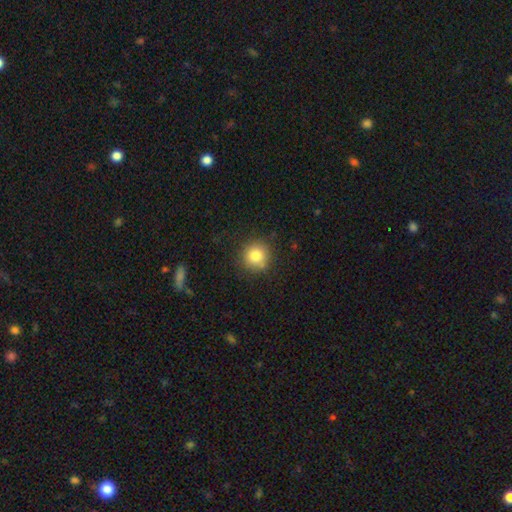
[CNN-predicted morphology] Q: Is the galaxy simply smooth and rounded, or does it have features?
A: smooth — 81%.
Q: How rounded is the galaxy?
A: round — 92%.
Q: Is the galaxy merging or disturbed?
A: none — 83%.